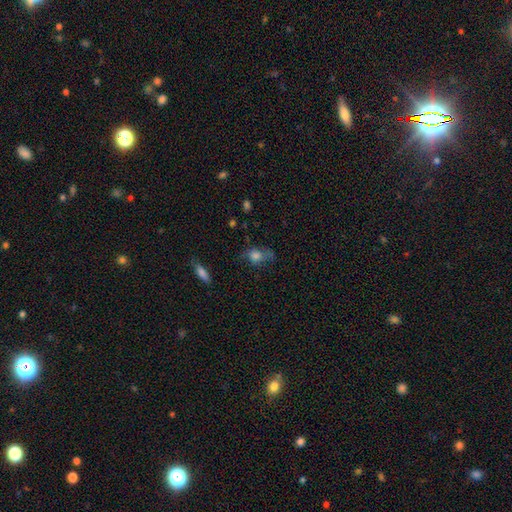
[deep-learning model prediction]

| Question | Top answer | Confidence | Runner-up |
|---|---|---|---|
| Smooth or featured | smooth | 72% | featured or disk (16%) |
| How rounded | in between | 52% | round (43%) |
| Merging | none | 45% | minor disturbance (31%) |